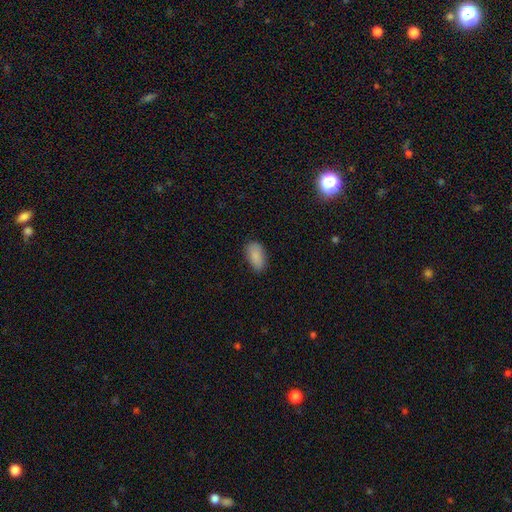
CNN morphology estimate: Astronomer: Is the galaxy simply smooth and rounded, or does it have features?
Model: smooth — 88%.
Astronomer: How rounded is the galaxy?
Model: in between — 93%.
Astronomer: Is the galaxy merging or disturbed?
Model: none — 80%.